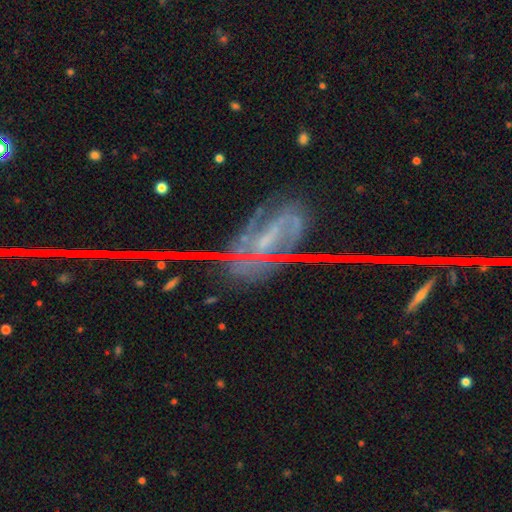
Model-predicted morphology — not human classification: This is possibly a featured or disk galaxy (52%). It is likely not viewed edge-on (71%). Merging: possibly none (55%).